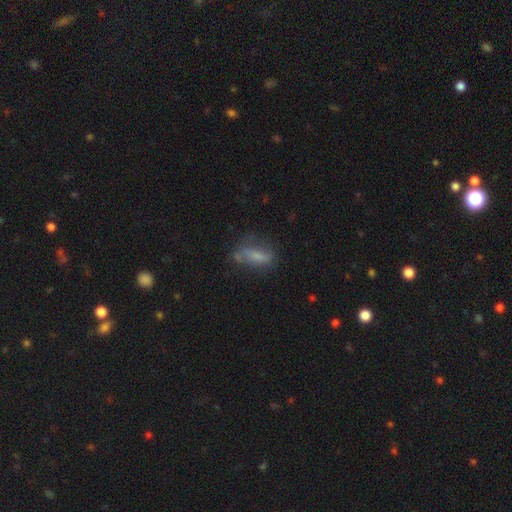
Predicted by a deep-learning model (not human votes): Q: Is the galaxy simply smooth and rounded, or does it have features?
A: smooth — 60%.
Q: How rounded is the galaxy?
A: in between — 60%.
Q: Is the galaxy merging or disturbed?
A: none — 54%.